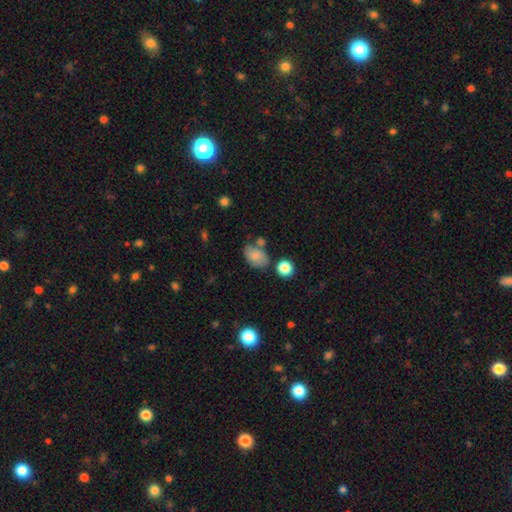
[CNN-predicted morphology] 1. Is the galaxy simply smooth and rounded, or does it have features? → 78% smooth, 12% featured or disk, 10% star or artifact.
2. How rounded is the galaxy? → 79% in between, 20% round, 1% cigar-shaped.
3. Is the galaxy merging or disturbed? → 60% none, 20% minor disturbance, 13% merger, 6% major disturbance.